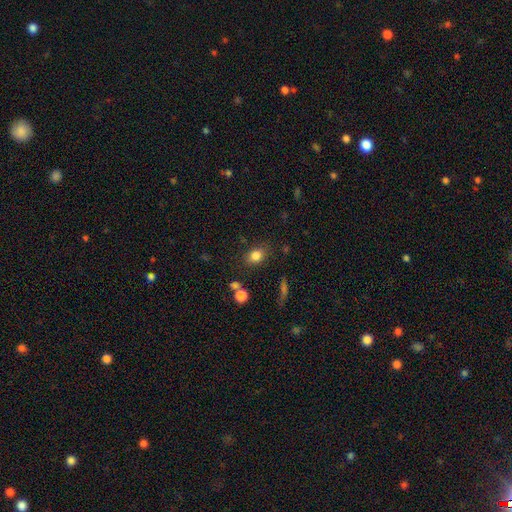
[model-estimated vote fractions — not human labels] A smooth galaxy with no disk features (82%) that is in between round and cigar-shaped (63%).

Vote fractions:
- Smooth or featured? smooth: 82% / star or artifact: 11% / featured or disk: 7%
- How rounded? in between: 63% / round: 35% / cigar-shaped: 2%
- Merging? none: 78% / minor disturbance: 13% / merger: 4% / major disturbance: 4%